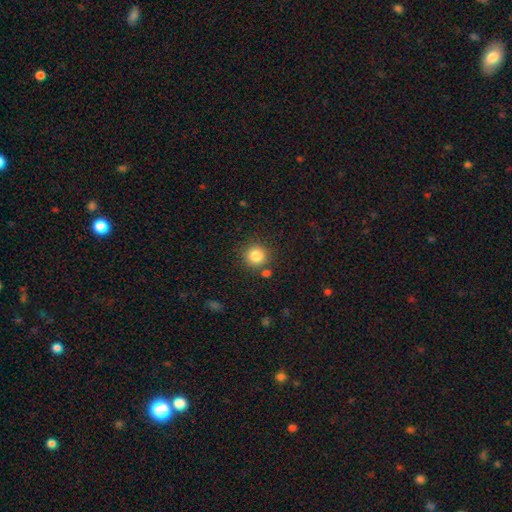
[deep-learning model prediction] smooth-or-featured: smooth: 84% | star or artifact: 11% | featured or disk: 5%
  how-rounded: round: 92% | in between: 7% | cigar-shaped: 1%
  merging: none: 83% | minor disturbance: 8% | merger: 6% | major disturbance: 3%